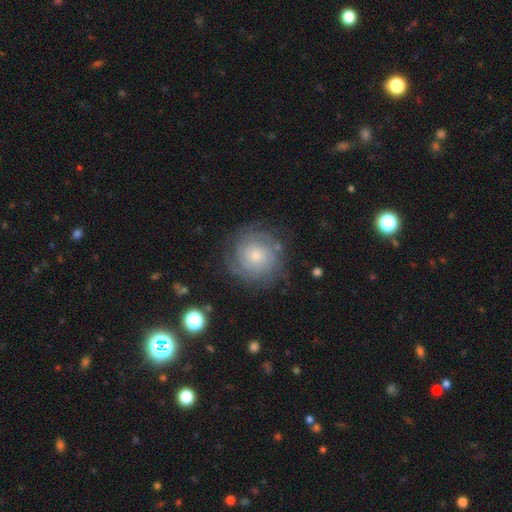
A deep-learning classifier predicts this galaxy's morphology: Overall: featured or disk (69%). Edge-on disk: no (98%). Bar: no (81%). Spiral arms: yes (92%). Spiral arm count: can't tell (46%; 2 19%). Spiral winding: tight (77%). Bulge size: small (56%; moderate 36%). Merging: none (80%).